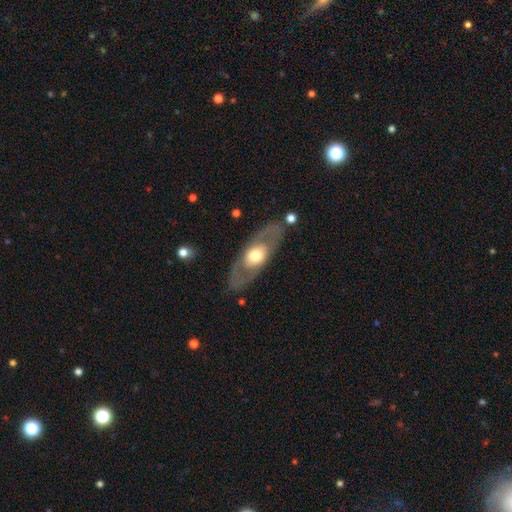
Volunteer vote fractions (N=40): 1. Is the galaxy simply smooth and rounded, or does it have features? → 62% featured or disk, 35% smooth, 2% star or artifact.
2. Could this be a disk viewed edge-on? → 72% no, 28% yes.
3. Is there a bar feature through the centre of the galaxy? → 94% no, 6% weak, 0% strong.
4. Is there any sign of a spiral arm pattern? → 83% no, 17% yes.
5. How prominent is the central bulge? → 67% moderate, 28% large, 6% dominant, 0% small, 0% none.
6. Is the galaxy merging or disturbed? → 85% none, 8% major disturbance, 5% minor disturbance, 3% merger.